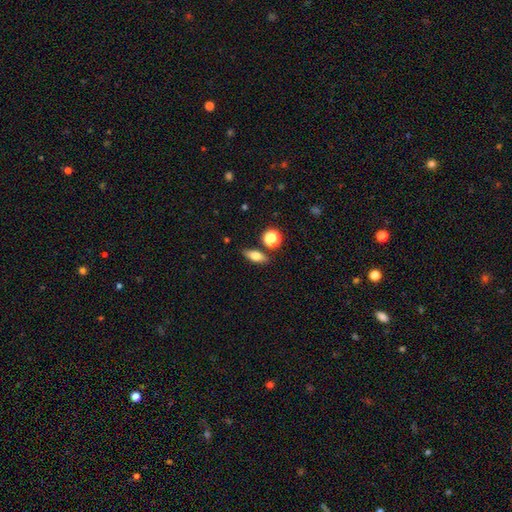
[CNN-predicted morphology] type=smooth (71%); roundness=in between (66%); merging=none (81%).